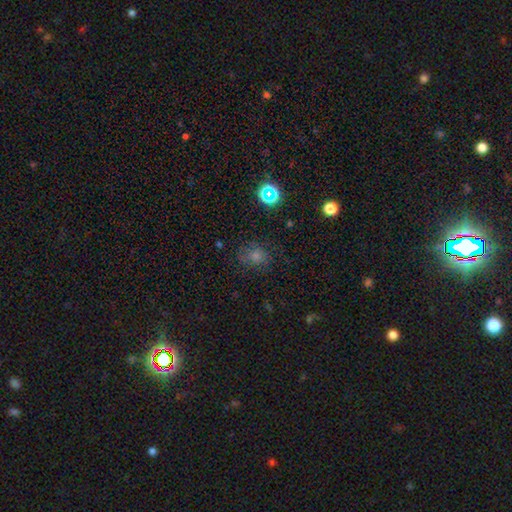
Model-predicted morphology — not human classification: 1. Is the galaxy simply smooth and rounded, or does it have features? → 52% smooth, 33% star or artifact, 15% featured or disk.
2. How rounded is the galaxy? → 69% round, 30% in between, 1% cigar-shaped.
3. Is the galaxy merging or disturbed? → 77% none, 15% minor disturbance, 6% major disturbance, 2% merger.